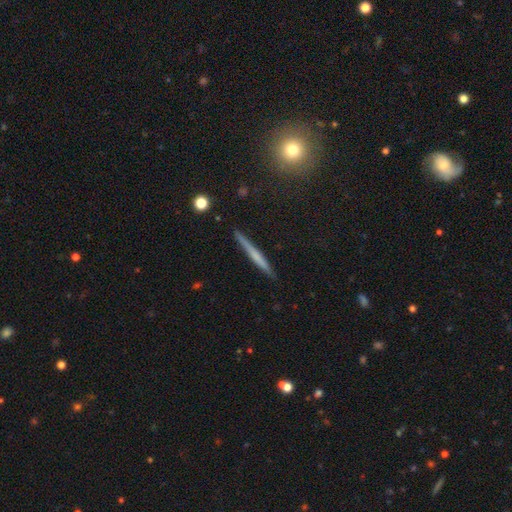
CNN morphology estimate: type=featured or disk (48%); merging=none (90%).